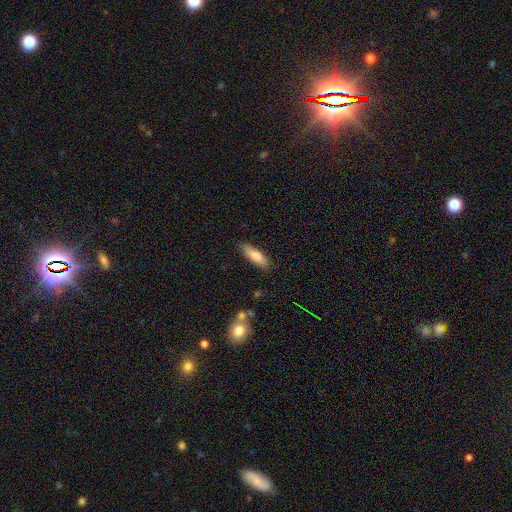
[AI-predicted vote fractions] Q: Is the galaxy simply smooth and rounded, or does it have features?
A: smooth — 80%.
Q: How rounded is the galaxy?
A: cigar-shaped — 58%.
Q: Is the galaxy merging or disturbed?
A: none — 83%.